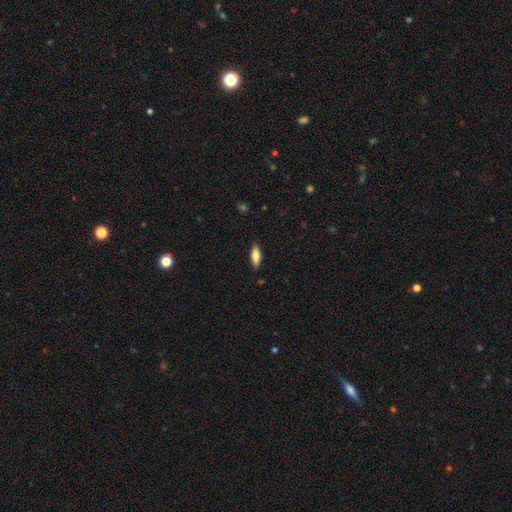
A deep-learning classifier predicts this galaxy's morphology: Q: Smooth or featured?
A: smooth (77%); runner-up: featured or disk (17%)
Q: How rounded?
A: in between (63%); runner-up: cigar-shaped (35%)
Q: Merging?
A: none (88%); runner-up: minor disturbance (9%)